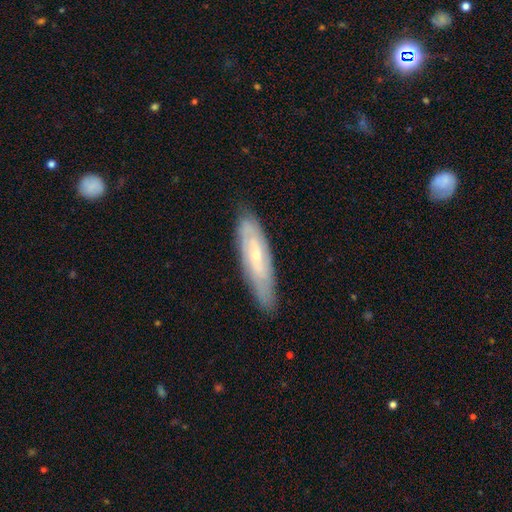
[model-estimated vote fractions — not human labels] A featured or disk galaxy (61%). Merging: none (81%).